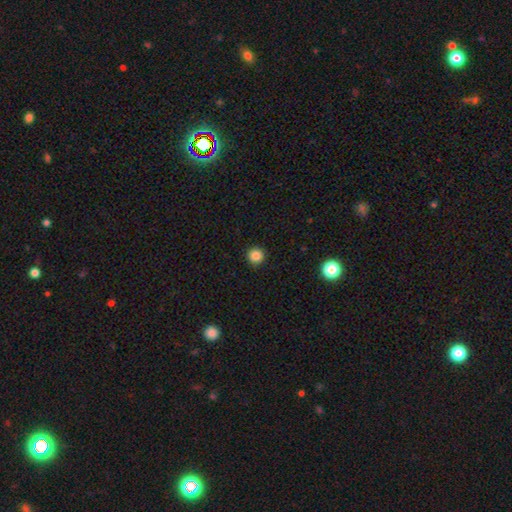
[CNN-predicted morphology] Smooth or featured? smooth (86%)
How rounded? round (96%)
Merging? none (93%)